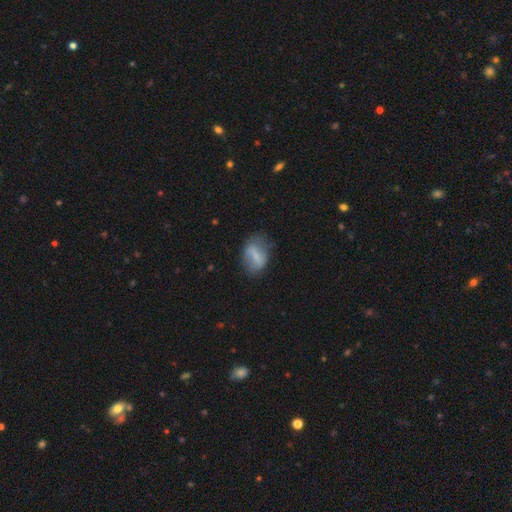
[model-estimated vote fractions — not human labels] A smooth galaxy with no disk features (55%) that is in between round and cigar-shaped (79%).

Vote fractions:
- Smooth or featured? smooth: 55% / featured or disk: 37% / star or artifact: 8%
- How rounded? in between: 79% / round: 17% / cigar-shaped: 4%
- Merging? none: 62% / minor disturbance: 25% / major disturbance: 10% / merger: 2%